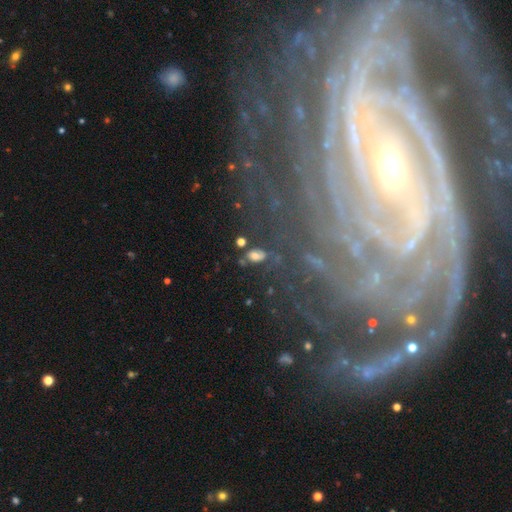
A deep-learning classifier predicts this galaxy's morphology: A smooth galaxy with no disk features (65%) that is in between round and cigar-shaped (86%). Merging: none (68%).